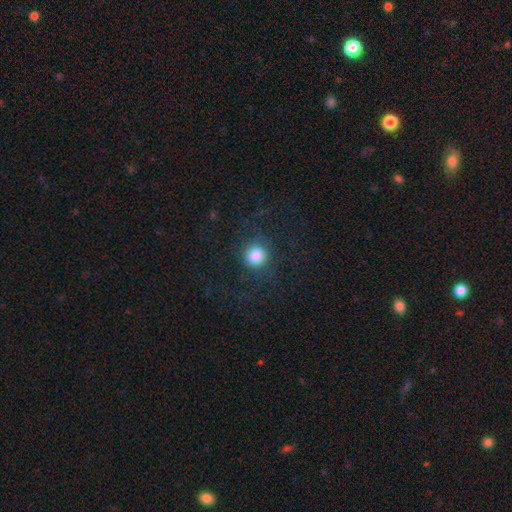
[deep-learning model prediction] The model was most divided on "smooth or featured": smooth: 77%, star or artifact: 13%, featured or disk: 11%. More confident: how rounded — round (88%); merging — none (78%).